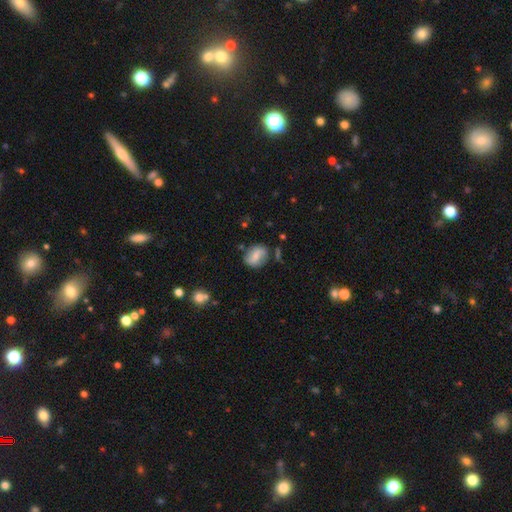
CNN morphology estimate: Smooth or featured: smooth — 52% (featured or disk — 39%)
How rounded: in between — 52% (round — 46%)
Merging: none — 71% (minor disturbance — 19%)